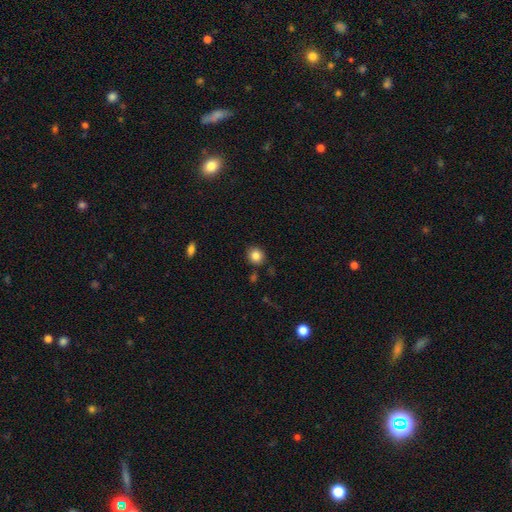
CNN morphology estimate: This appears to be a smooth galaxy with no disk features (84%) that is round (85%). Merging: none (85%).